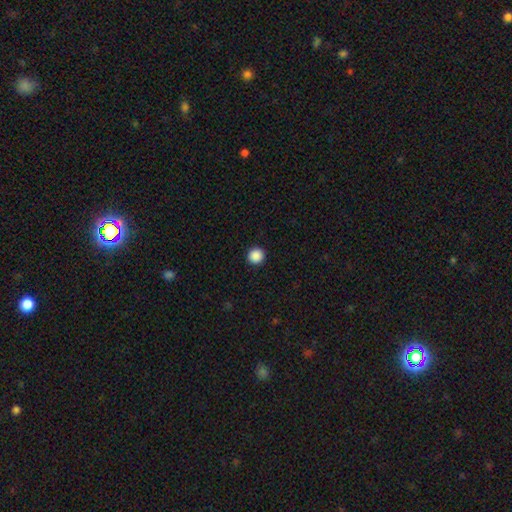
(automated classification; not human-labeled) Overall: smooth (89%). How rounded: round (95%). Merging: none (94%).